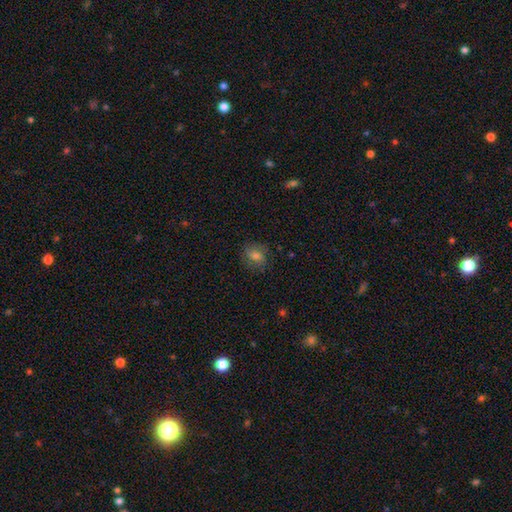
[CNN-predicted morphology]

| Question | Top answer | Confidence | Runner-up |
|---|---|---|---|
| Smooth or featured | smooth | 68% | featured or disk (20%) |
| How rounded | round | 57% | in between (41%) |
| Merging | none | 77% | minor disturbance (17%) |